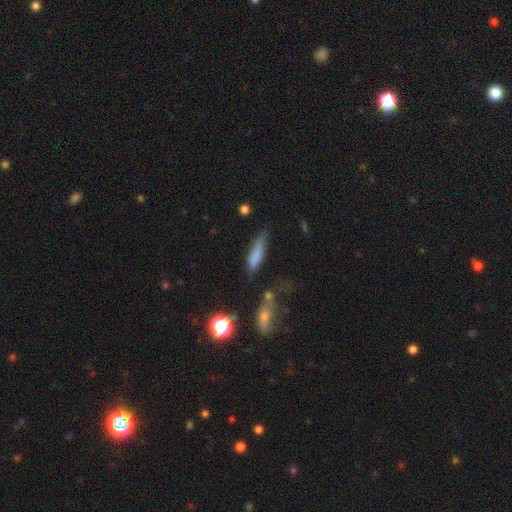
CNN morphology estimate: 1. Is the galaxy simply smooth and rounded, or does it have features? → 74% smooth, 17% featured or disk, 9% star or artifact.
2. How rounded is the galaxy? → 68% cigar-shaped, 30% in between, 3% round.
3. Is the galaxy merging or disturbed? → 54% none, 27% minor disturbance, 11% major disturbance, 8% merger.